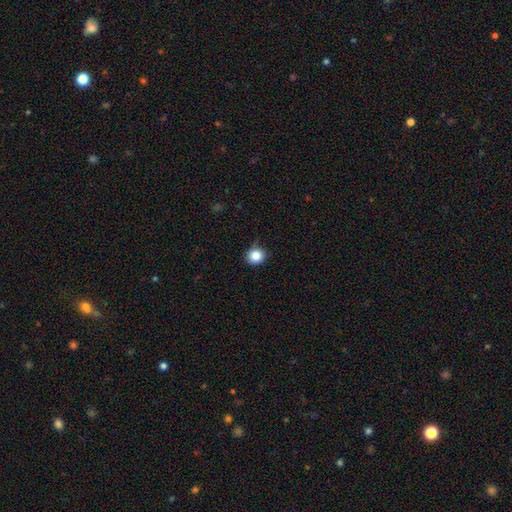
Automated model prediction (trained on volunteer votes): This is clearly a smooth galaxy (84%). How rounded: clearly round (88%). Merging: likely none (80%).